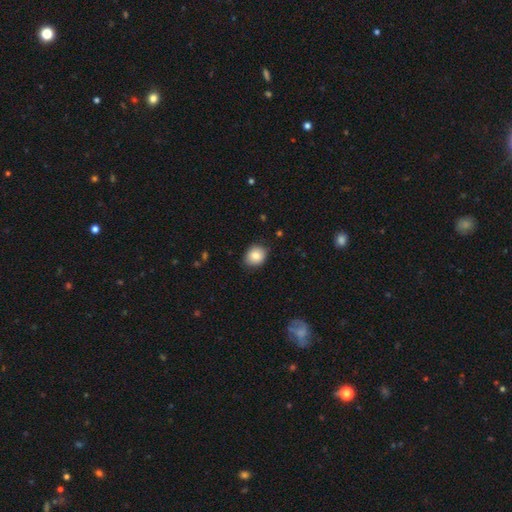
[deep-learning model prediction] Overall: smooth (83%). How rounded: round (57%; in between 42%). Merging: none (83%).